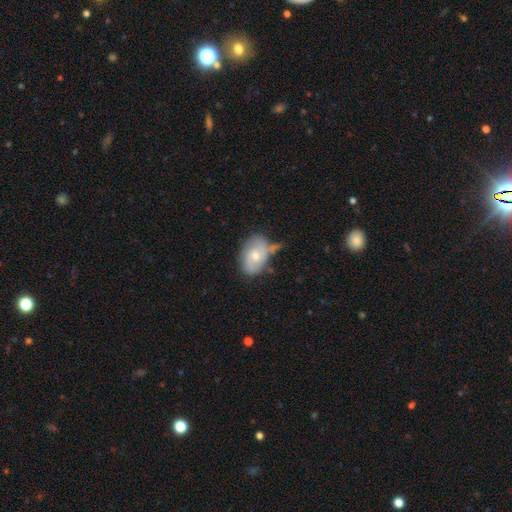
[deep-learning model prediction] smooth-or-featured: smooth: 58% | featured or disk: 35% | star or artifact: 7%
  how-rounded: in between: 80% | round: 18% | cigar-shaped: 1%
  merging: none: 45% | minor disturbance: 31% | merger: 13% | major disturbance: 11%